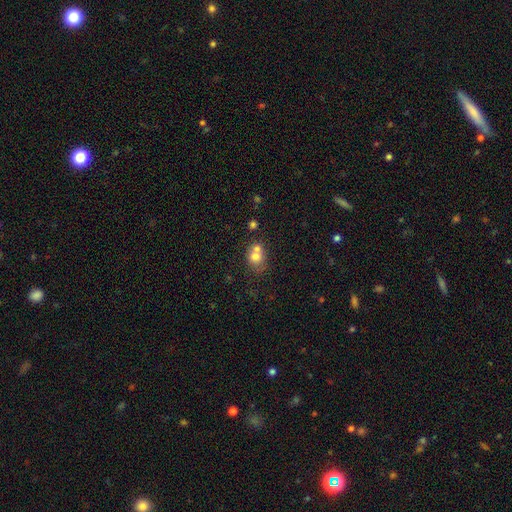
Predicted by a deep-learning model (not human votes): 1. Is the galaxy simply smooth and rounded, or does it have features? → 71% smooth, 18% featured or disk, 11% star or artifact.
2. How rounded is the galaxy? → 63% round, 36% in between, 1% cigar-shaped.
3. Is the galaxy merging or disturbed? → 55% merger, 32% none, 9% minor disturbance, 4% major disturbance.